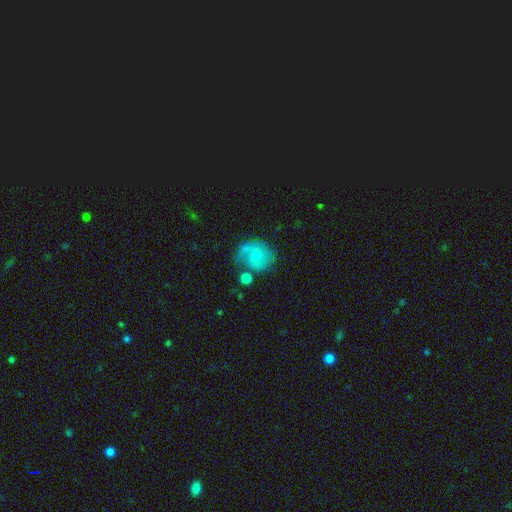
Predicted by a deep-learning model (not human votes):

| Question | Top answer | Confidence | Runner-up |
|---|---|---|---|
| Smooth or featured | featured or disk | 49% | smooth (43%) |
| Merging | none | 44% | minor disturbance (26%) |